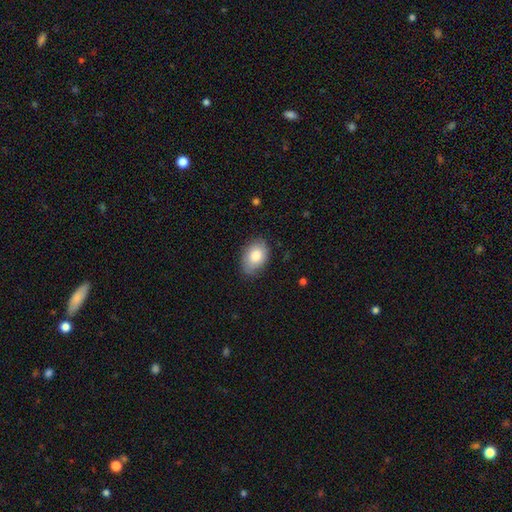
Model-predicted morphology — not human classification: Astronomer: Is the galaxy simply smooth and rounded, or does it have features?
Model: smooth — 82%.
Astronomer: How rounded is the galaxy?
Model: in between — 86%.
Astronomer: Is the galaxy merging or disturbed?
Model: none — 79%.